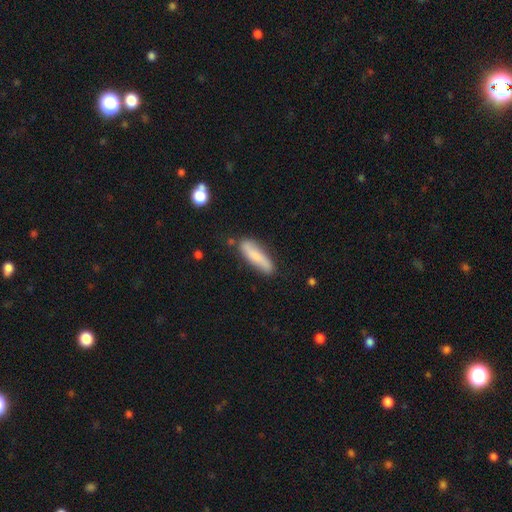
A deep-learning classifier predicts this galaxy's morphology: smooth_or_featured: smooth (p=0.71) [alt: featured or disk p=0.23]
how_rounded: cigar-shaped (p=0.70) [alt: in between p=0.28]
merging: none (p=0.77) [alt: minor disturbance p=0.16]